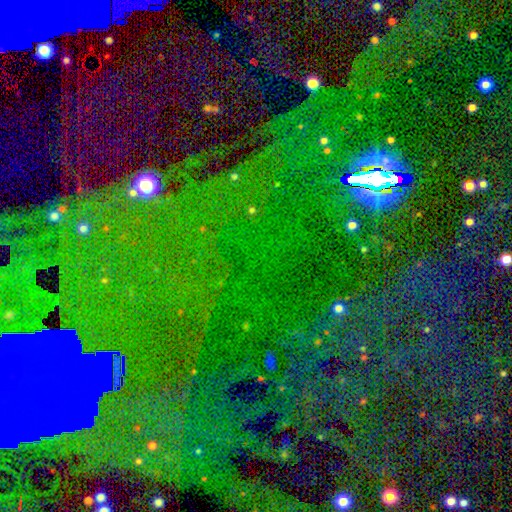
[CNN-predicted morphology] Q: Smooth or featured?
A: star or artifact (76%); runner-up: smooth (13%)